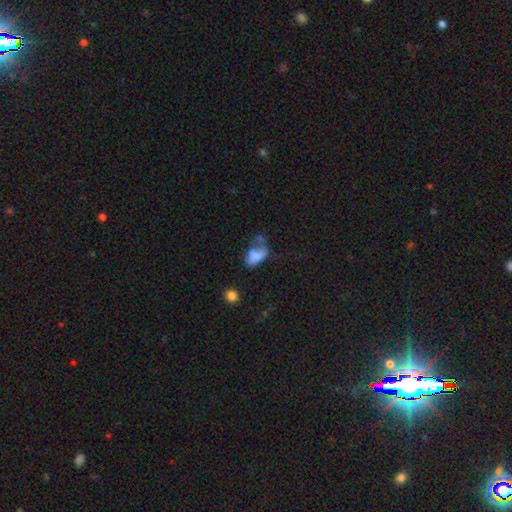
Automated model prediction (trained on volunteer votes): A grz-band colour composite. It shows a smooth galaxy with no disk features (68%) that is in between round and cigar-shaped (88%). Merging: major disturbance (36%).